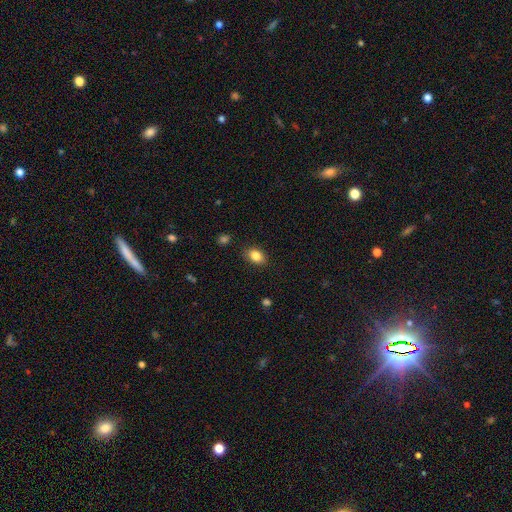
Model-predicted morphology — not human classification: smooth-or-featured: smooth: 84% | star or artifact: 9% | featured or disk: 7%
  how-rounded: in between: 80% | round: 19% | cigar-shaped: 1%
  merging: none: 85% | minor disturbance: 11% | major disturbance: 3% | merger: 1%